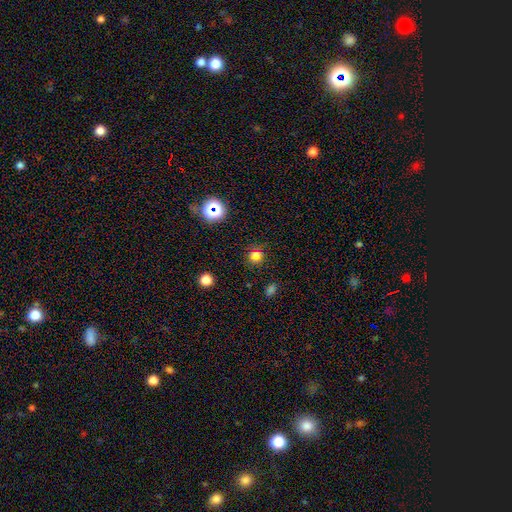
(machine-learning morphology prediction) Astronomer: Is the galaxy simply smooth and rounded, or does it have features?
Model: smooth — 50% (runner-up: star or artifact, 41%).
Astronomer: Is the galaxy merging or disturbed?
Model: none — 83%.